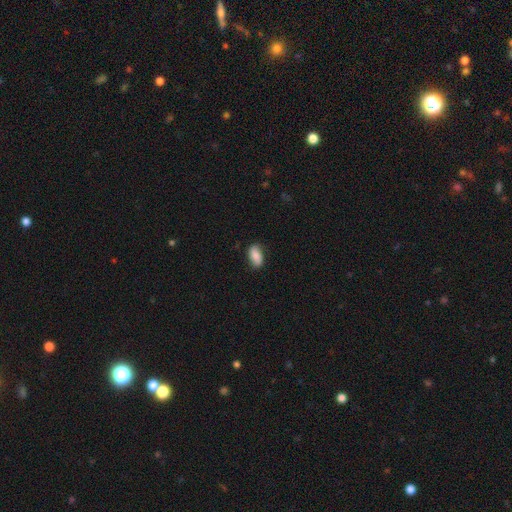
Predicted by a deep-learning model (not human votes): Q: Smooth or featured?
A: smooth (77%); runner-up: featured or disk (16%)
Q: How rounded?
A: in between (91%); runner-up: cigar-shaped (5%)
Q: Merging?
A: none (78%); runner-up: minor disturbance (18%)